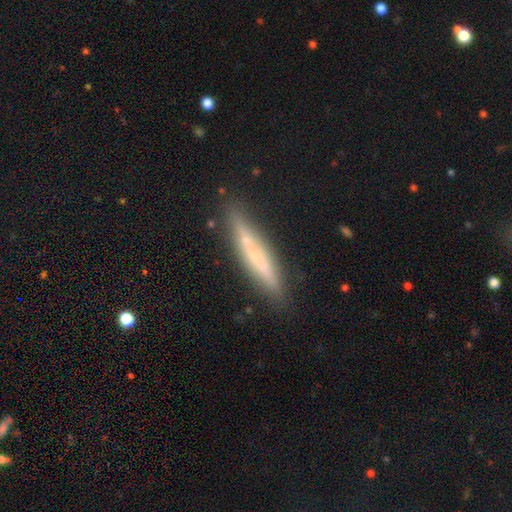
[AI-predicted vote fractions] Smooth or featured? Predicted: featured or disk (p=0.47). Merging? Predicted: none (p=0.83).